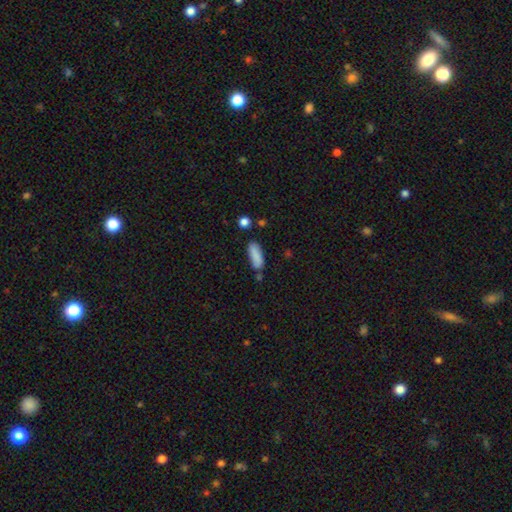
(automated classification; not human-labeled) Smooth or featured? Predicted: smooth (p=0.87). How rounded? Predicted: in between (p=0.66). Merging? Predicted: none (p=0.72).